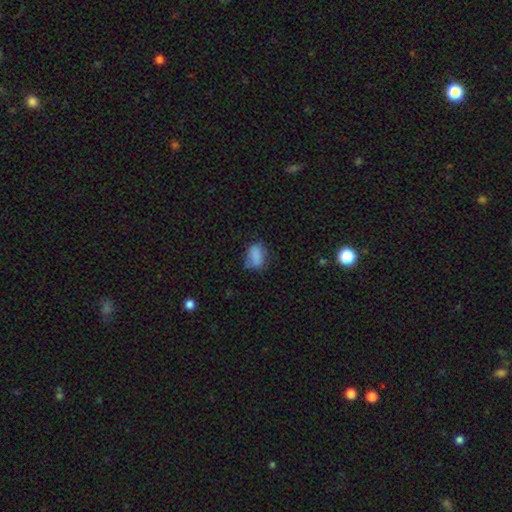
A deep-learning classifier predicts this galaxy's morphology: Overall: smooth (80%). How rounded: in between (82%). Merging: none (54%; minor disturbance 30%).